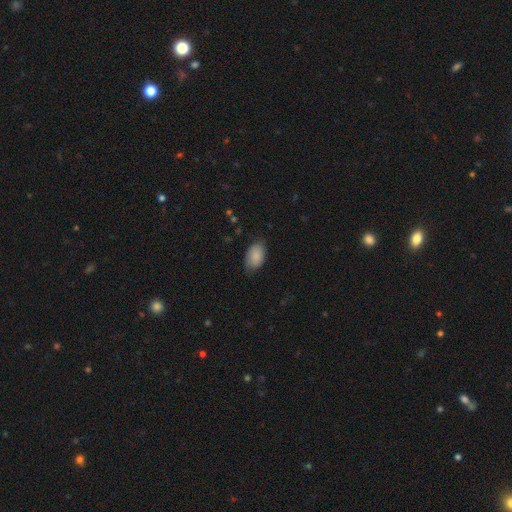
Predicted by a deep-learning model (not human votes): Smooth or featured?
  - smooth: 87% *
  - featured or disk: 6%
  - star or artifact: 6%
How rounded?
  - in between: 92% *
  - round: 6%
  - cigar-shaped: 1%
Merging?
  - none: 72% *
  - minor disturbance: 22%
  - major disturbance: 4%
  - merger: 1%